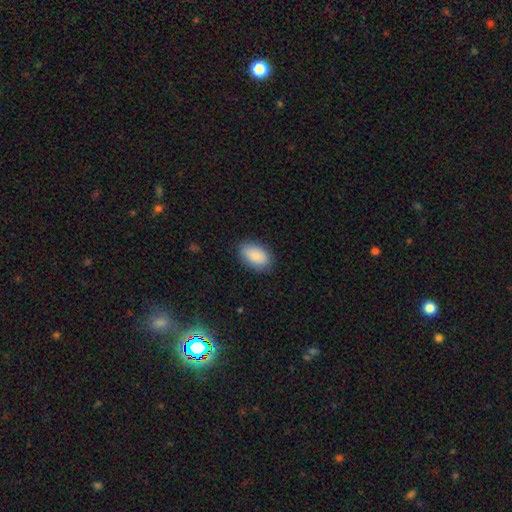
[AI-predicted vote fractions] This is clearly a smooth galaxy (86%). How rounded: clearly in between (92%). Merging: clearly none (85%).